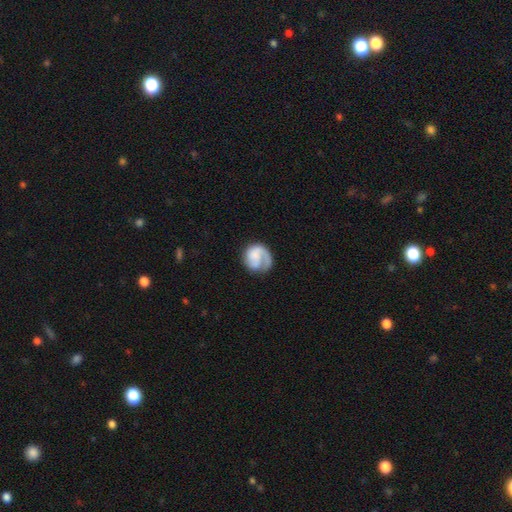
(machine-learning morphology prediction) Smooth or featured? Predicted: featured or disk (p=0.52). Edge-on disk? Predicted: no (p=0.98). Bar? Predicted: no (p=0.72). Spiral arms? Predicted: yes (p=0.85). Bulge size? Predicted: none (p=0.49). Merging? Predicted: none (p=0.54).